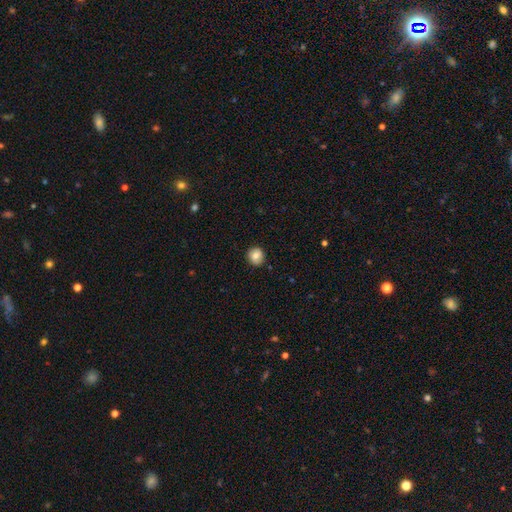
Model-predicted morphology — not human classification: Smooth or featured? smooth (81%)
How rounded? round (89%)
Merging? none (88%)